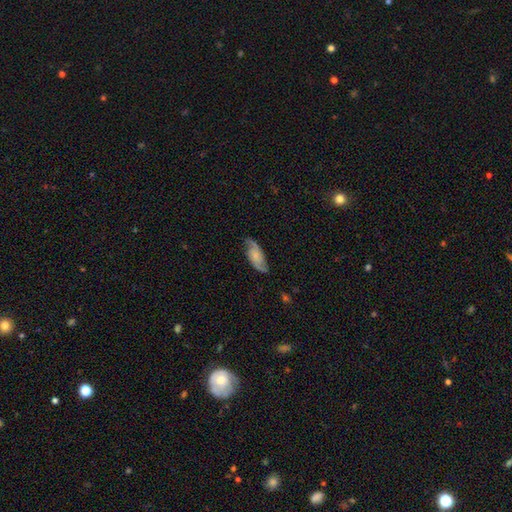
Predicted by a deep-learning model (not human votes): Overall: featured or disk (73%). Edge-on disk: no (94%). Bar: no (66%; weak 28%). Spiral arms: yes (95%). Spiral arm count: 2 (90%). Spiral winding: medium (45%; loose 34%). Bulge size: small (46%; none 25%). Merging: none (77%).